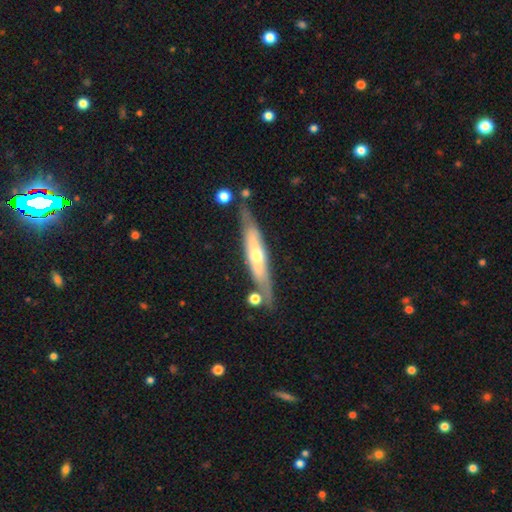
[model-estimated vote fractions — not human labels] Smooth or featured?
  - featured or disk: 65% *
  - smooth: 30%
  - star or artifact: 5%
Edge-on disk?
  - yes: 81% *
  - no: 19%
Edge-on bulge?
  - rounded: 79% *
  - none: 15%
  - boxy: 6%
Merging?
  - none: 73% *
  - minor disturbance: 17%
  - merger: 6%
  - major disturbance: 4%